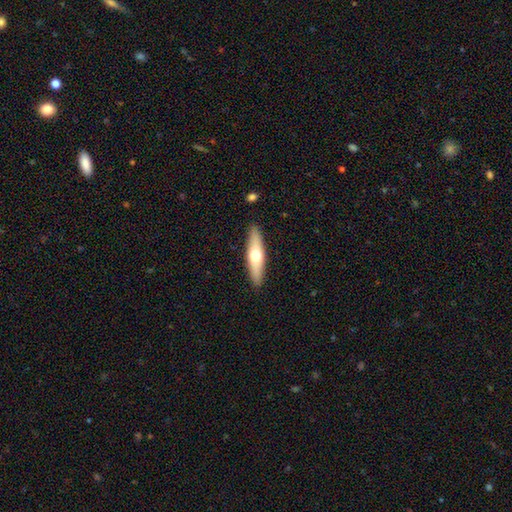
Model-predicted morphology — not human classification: A smooth galaxy with no disk features (50%) that is cigar-shaped (72%).

Vote fractions:
- Smooth or featured? smooth: 50% / featured or disk: 45% / star or artifact: 5%
- How rounded? cigar-shaped: 72% / in between: 27% / round: 2%
- Merging? none: 89% / minor disturbance: 8% / major disturbance: 2% / merger: 1%